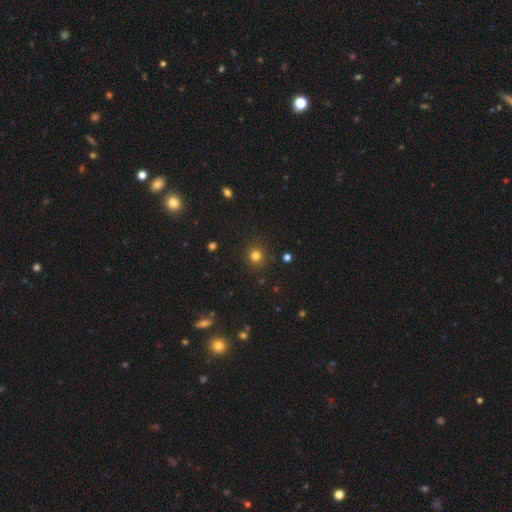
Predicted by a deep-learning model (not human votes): smooth 80%, star or artifact 15%, featured or disk 5%. Down the decision tree: how rounded — round (92%); merging — none (90%).